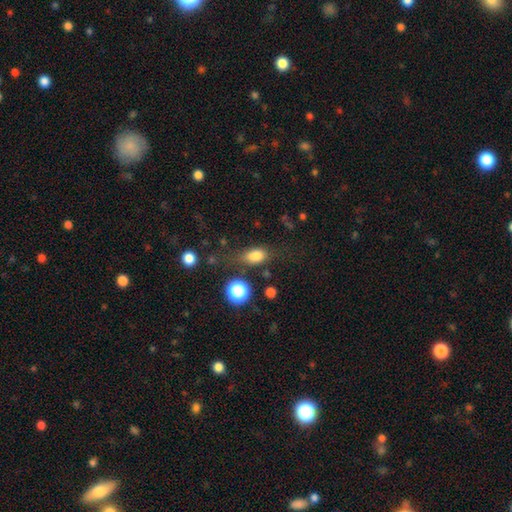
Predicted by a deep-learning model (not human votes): Overall: smooth (77%). How rounded: in between (74%). Merging: none (55%; minor disturbance 23%).